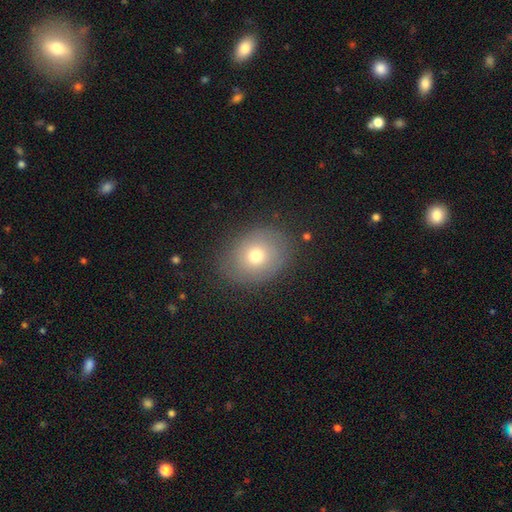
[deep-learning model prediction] Smooth or featured?
  - smooth: 70% *
  - featured or disk: 17%
  - star or artifact: 12%
How rounded?
  - in between: 54% *
  - round: 45%
  - cigar-shaped: 1%
Merging?
  - none: 82% *
  - minor disturbance: 12%
  - major disturbance: 4%
  - merger: 1%